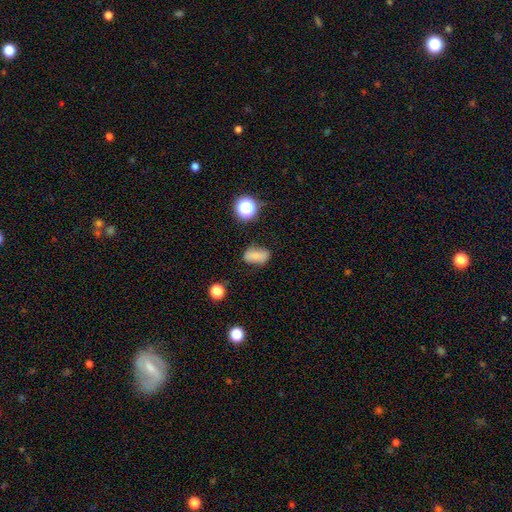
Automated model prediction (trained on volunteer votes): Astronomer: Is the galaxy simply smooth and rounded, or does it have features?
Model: smooth — 77%.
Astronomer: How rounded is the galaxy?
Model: in between — 85%.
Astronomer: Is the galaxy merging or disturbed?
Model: none — 71%.